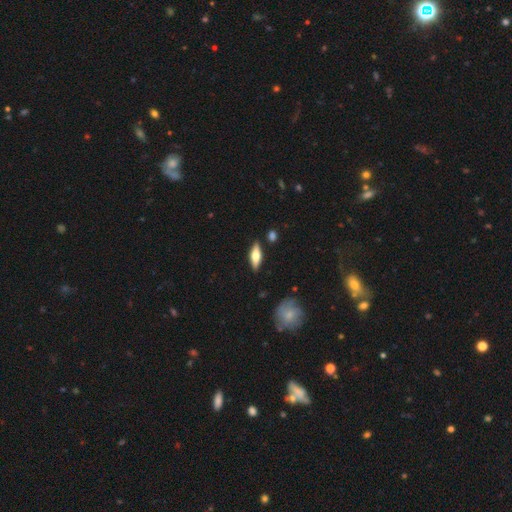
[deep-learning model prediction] The model was most divided on "smooth or featured" (2-way tie): smooth: 47%, featured or disk: 47%, star or artifact: 6%. More confident: merging — none (86%).